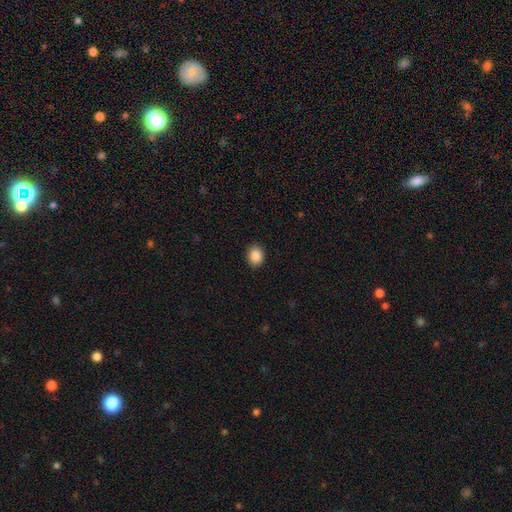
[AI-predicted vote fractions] A smooth galaxy with no disk features (88%) that is round (59%).

Vote fractions:
- Smooth or featured? smooth: 88% / star or artifact: 9% / featured or disk: 3%
- How rounded? round: 59% / in between: 40% / cigar-shaped: 1%
- Merging? none: 90% / minor disturbance: 7% / major disturbance: 2% / merger: 1%